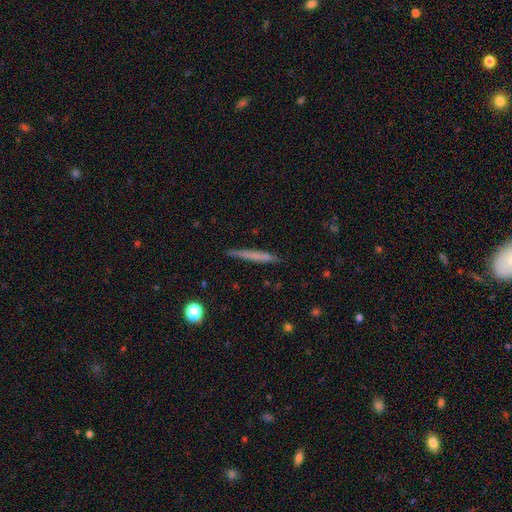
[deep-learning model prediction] Morphology: type=smooth (60%); roundness=cigar-shaped (96%); merging=none (87%).